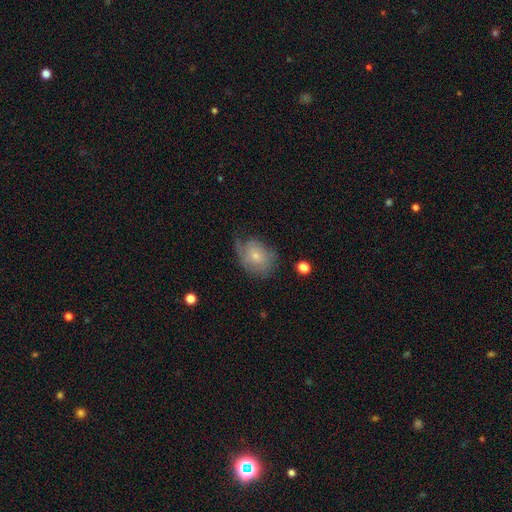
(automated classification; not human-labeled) Overall: smooth (56%; featured or disk 36%). How rounded: in between (56%; round 43%). Merging: none (43%; minor disturbance 33%).